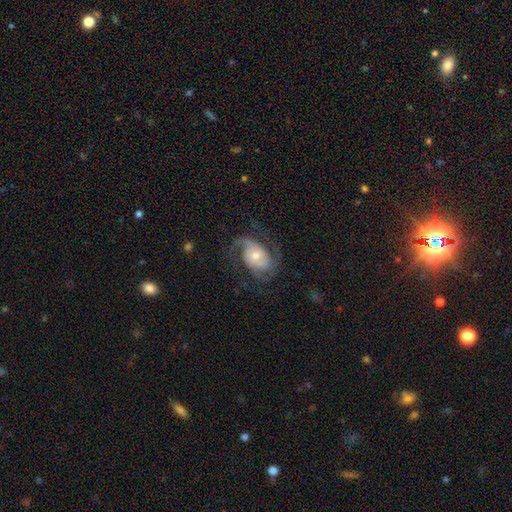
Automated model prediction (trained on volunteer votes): The model was most divided on "bulge size": moderate: 49%, small: 43%, large: 5%, none: 2%, dominant: 1%. Remaining: edge-on disk — no (97%); spiral arms — yes (95%); smooth or featured — featured or disk (82%); spiral arm count — 2 (67%); merging — none (64%); bar — no (63%); spiral winding — medium (47%).